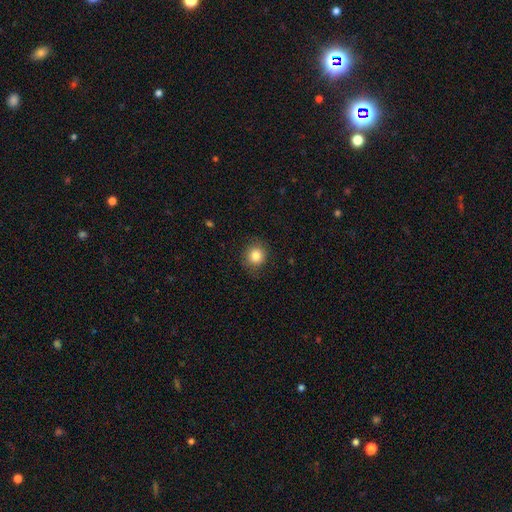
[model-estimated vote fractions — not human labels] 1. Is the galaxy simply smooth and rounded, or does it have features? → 84% smooth, 10% star or artifact, 7% featured or disk.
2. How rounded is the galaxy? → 85% round, 14% in between, 1% cigar-shaped.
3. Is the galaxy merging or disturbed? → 83% none, 12% minor disturbance, 4% major disturbance, 1% merger.